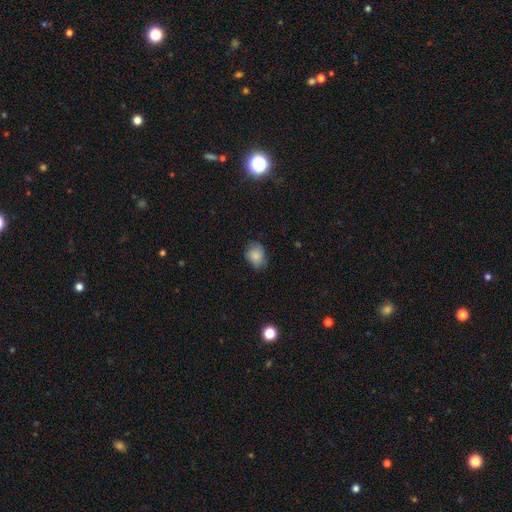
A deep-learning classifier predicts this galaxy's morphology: type=smooth (82%); roundness=in between (58%); merging=none (70%).